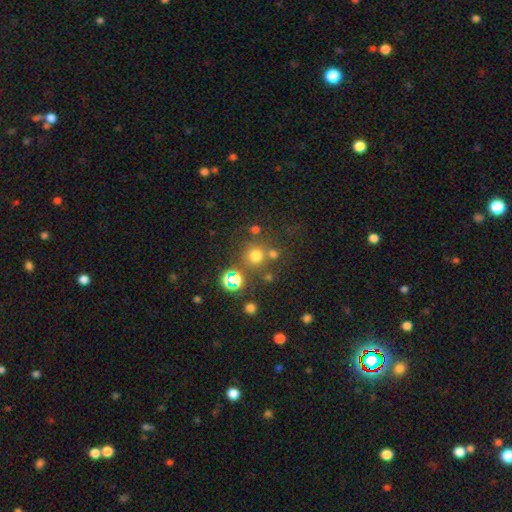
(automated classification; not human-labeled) smooth 67%, star or artifact 25%, featured or disk 8%. Down the decision tree: how rounded — round (91%); merging — none (70%).